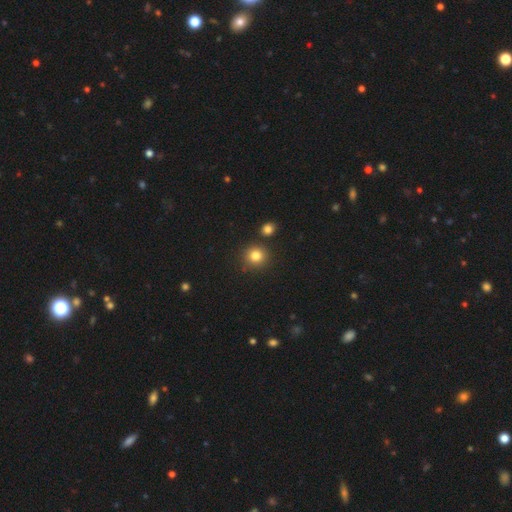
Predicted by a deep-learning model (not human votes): smooth_or_featured: smooth (p=0.82) [alt: star or artifact p=0.12]
how_rounded: round (p=0.91) [alt: in between p=0.08]
merging: none (p=0.83) [alt: minor disturbance p=0.07]